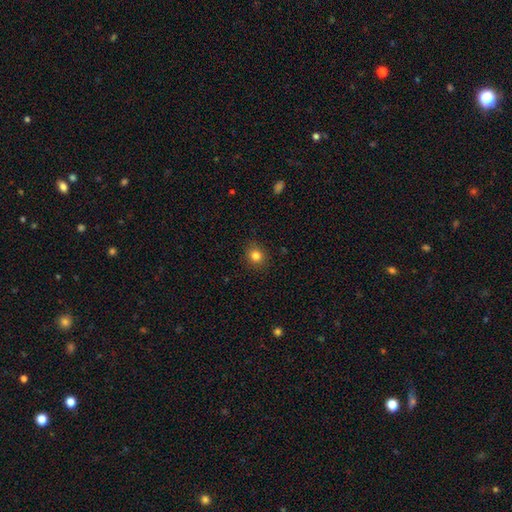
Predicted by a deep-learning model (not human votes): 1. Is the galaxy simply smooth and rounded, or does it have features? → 82% smooth, 12% star or artifact, 5% featured or disk.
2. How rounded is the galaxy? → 84% round, 15% in between, 1% cigar-shaped.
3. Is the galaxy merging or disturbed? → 89% none, 7% minor disturbance, 2% major disturbance, 1% merger.